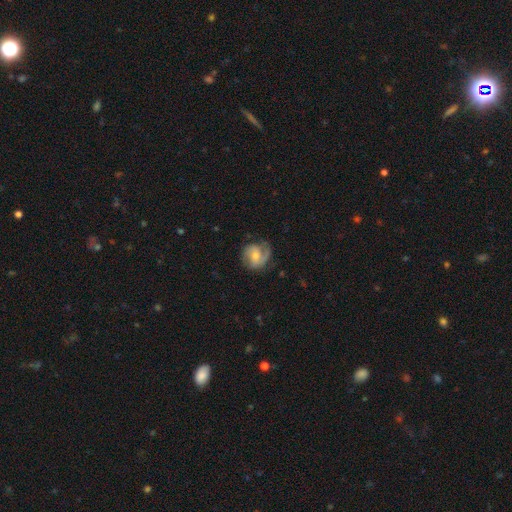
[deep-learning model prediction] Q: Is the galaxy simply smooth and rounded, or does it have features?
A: featured or disk — 72%.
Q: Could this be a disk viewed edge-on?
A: no — 98%.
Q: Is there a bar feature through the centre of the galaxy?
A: no — 50%.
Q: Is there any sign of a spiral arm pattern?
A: yes — 93%.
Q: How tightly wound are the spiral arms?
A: medium — 46%.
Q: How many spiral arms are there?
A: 2 — 69%.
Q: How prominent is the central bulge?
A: moderate — 50%.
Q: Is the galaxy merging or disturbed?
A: none — 68%.